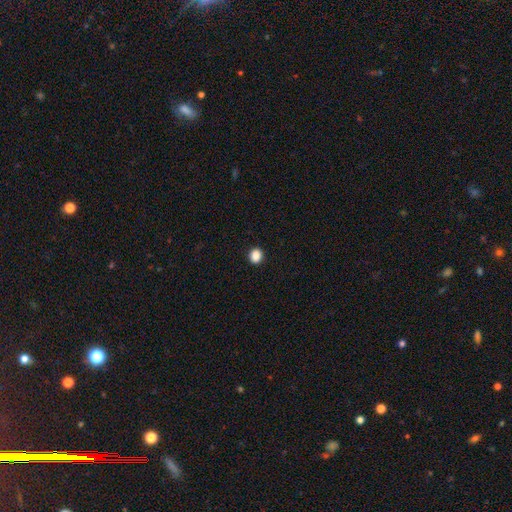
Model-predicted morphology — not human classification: The model was most divided on "how rounded": round: 74%, in between: 25%, cigar-shaped: 1%. More confident: merging — none (93%); smooth or featured — smooth (88%).